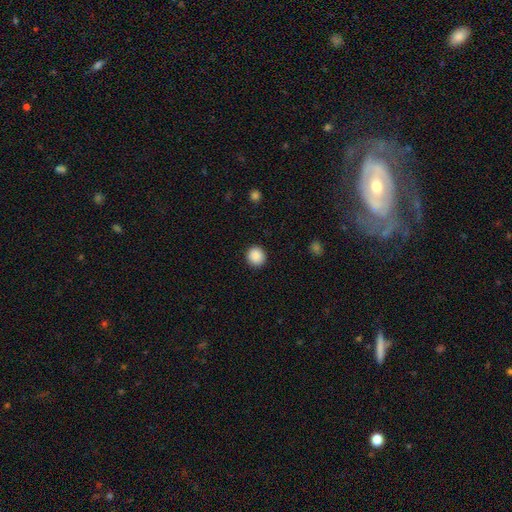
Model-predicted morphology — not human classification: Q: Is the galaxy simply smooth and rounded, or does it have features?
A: smooth — 89%.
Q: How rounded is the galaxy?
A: round — 91%.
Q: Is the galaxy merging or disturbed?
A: none — 92%.